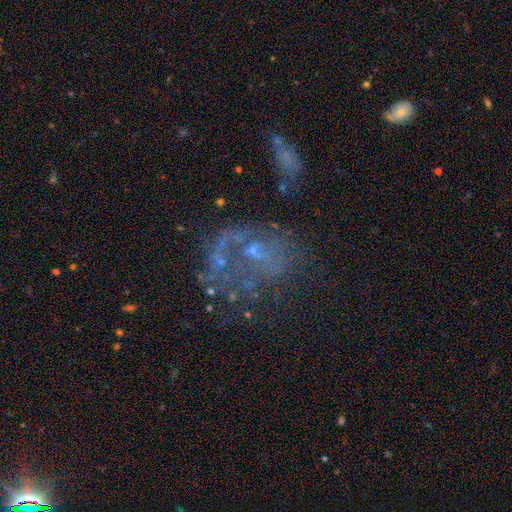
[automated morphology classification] A featured or disk galaxy (54%) with no bar (82%), no spiral arms (69%) and a small central bulge (46%).

Vote fractions:
- Smooth or featured? featured or disk: 54% / star or artifact: 28% / smooth: 18%
- Edge-on disk? no: 97% / yes: 3%
- Bar? no: 82% / weak: 14% / strong: 4%
- Spiral arms? no: 69% / yes: 31%
- Bulge size? small: 46% / none: 37% / moderate: 13% / large: 2% / dominant: 1%
- Merging? none: 37% / major disturbance: 36% / minor disturbance: 16% / merger: 11%